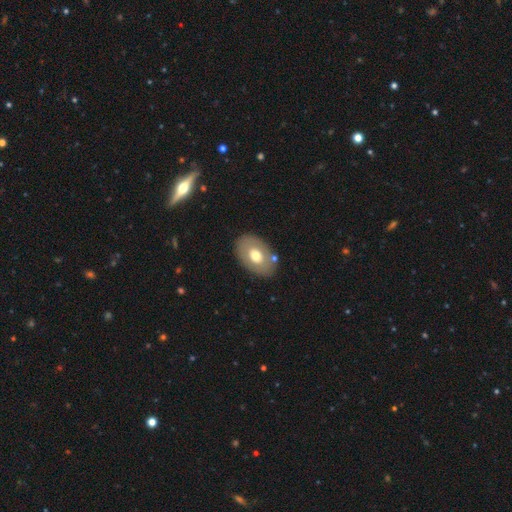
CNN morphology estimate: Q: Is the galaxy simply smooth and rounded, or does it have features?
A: smooth — 59%.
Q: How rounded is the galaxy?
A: in between — 85%.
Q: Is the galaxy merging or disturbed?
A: none — 81%.